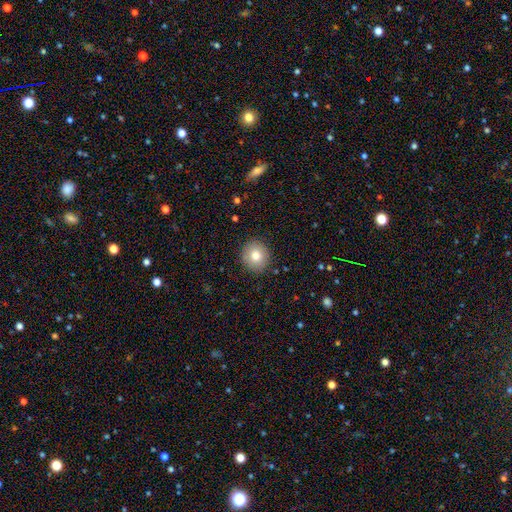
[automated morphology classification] type=smooth (79%); roundness=round (89%); merging=none (90%).